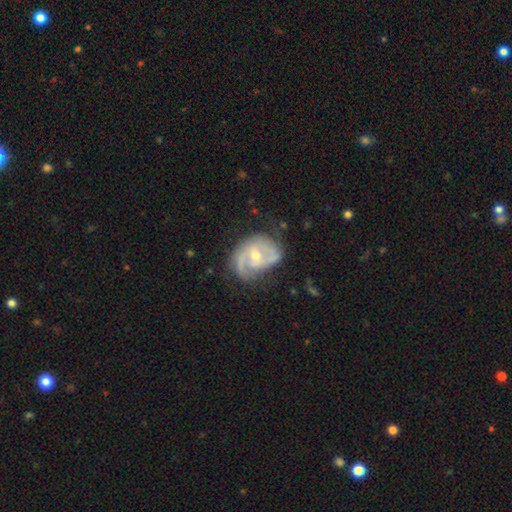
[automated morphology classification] Overall: featured or disk (79%). Edge-on disk: no (97%). Bar: no (46%; weak 42%). Spiral arms: yes (89%). Spiral arm count: 2 (55%; can't tell 18%). Spiral winding: medium (42%; tight 36%). Bulge size: moderate (53%; small 43%). Merging: none (52%; minor disturbance 28%).